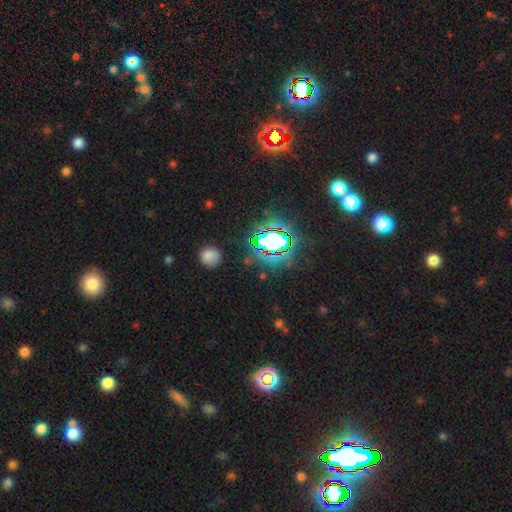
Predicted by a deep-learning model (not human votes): A star or artifact, not a galaxy (80%).

Vote fractions:
- Smooth or featured? star or artifact: 80% / smooth: 13% / featured or disk: 7%